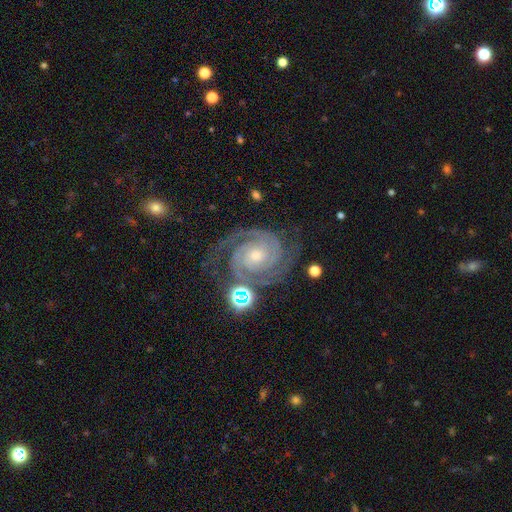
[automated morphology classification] This appears to be a featured or disk galaxy (91%) with no bar (72%), 2 (70%) tight (73%) spiral arms (99%) and a small central bulge (58%). Merging: none (70%).